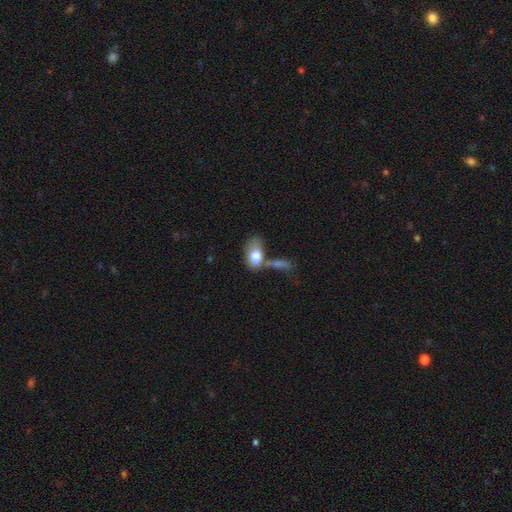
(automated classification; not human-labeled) Smooth or featured: smooth — 75% (featured or disk — 18%)
How rounded: in between — 88% (round — 10%)
Merging: merger — 38% (none — 28%)